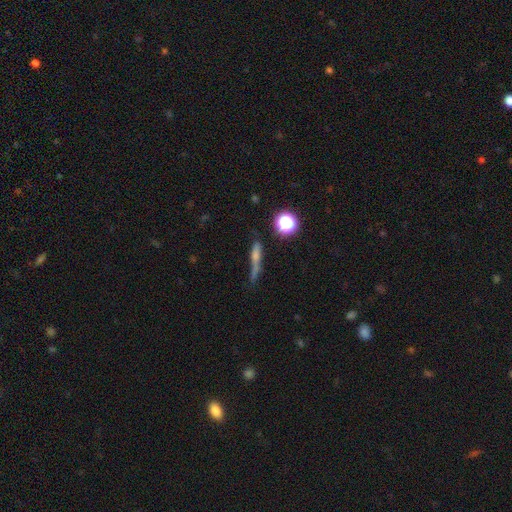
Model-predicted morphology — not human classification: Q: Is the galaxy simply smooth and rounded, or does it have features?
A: smooth — 45%.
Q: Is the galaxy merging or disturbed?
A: none — 56%.